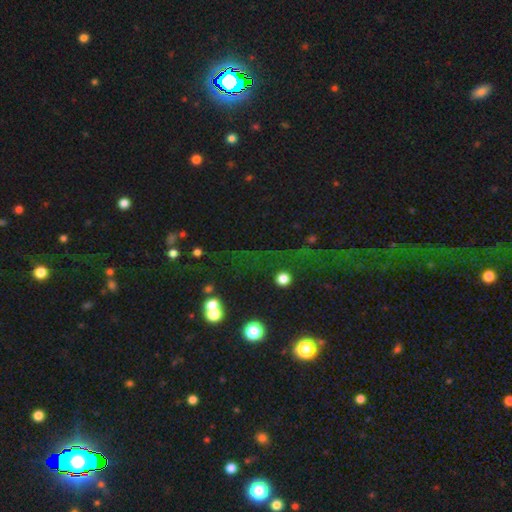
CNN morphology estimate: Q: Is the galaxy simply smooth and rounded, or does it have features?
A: star or artifact — 74%.